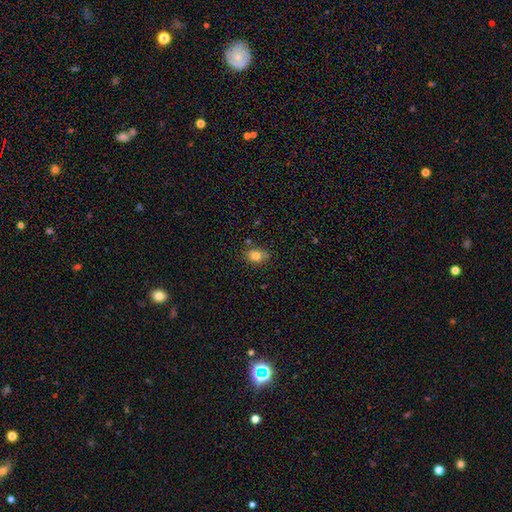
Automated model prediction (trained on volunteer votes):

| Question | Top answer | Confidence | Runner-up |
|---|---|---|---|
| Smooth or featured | smooth | 81% | star or artifact (11%) |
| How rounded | in between | 56% | round (42%) |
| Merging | none | 73% | minor disturbance (16%) |